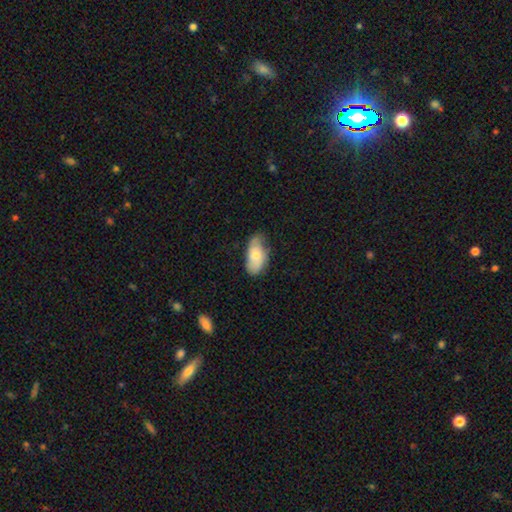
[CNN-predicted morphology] smooth 66%, featured or disk 28%, star or artifact 6%. Down the decision tree: how rounded — in between (93%); merging — none (50%).